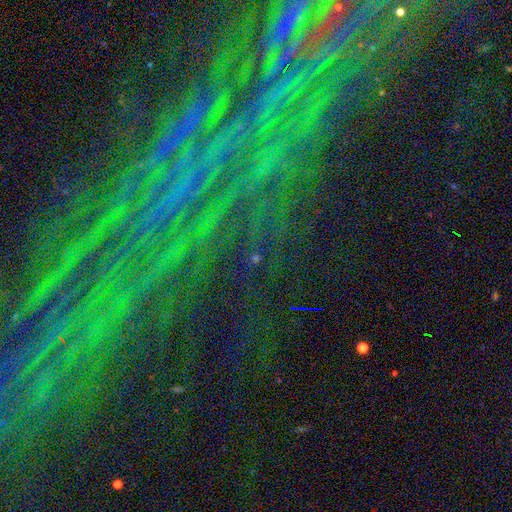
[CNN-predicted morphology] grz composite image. It shows a star or artifact, not a galaxy (77%).